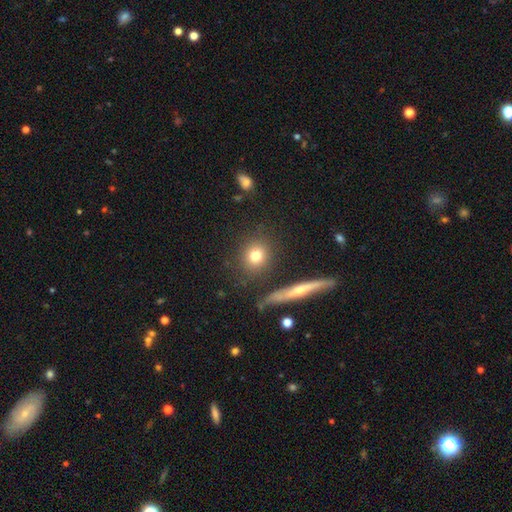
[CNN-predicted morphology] The model was most divided on "smooth or featured": smooth: 76%, featured or disk: 13%, star or artifact: 11%. More confident: merging — none (83%); how rounded — round (81%).